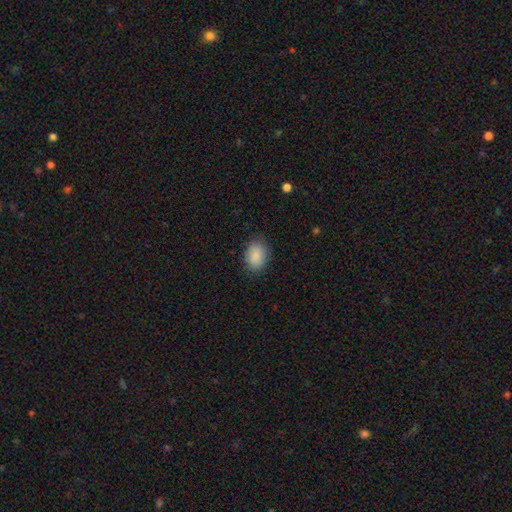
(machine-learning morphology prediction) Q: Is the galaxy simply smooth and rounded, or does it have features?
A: smooth — 88%.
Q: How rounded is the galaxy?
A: in between — 78%.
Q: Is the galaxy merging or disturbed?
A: none — 82%.